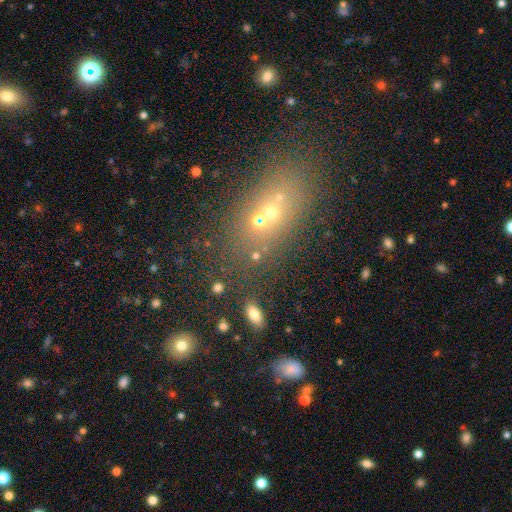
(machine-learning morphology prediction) Smooth or featured: smooth — 46% (featured or disk — 29%)
Merging: merger — 48% (none — 38%)